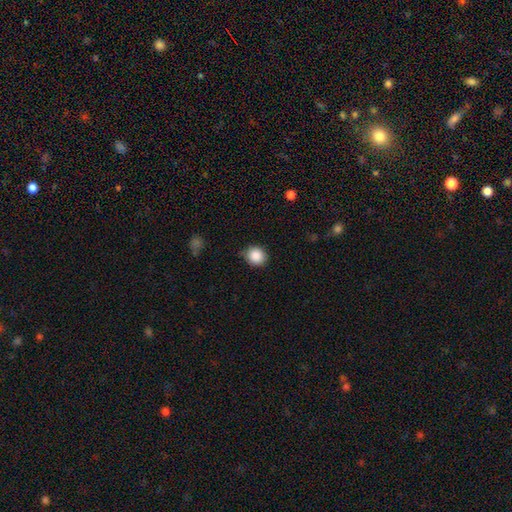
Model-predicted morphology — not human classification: The model was most divided on "how rounded": round: 81%, in between: 19%, cigar-shaped: 1%. More confident: smooth or featured — smooth (87%); merging — none (80%).